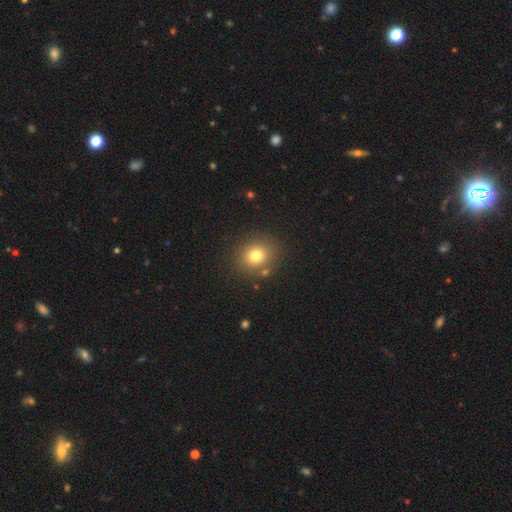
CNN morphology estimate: A smooth galaxy with no disk features (77%) that is round (80%).

Vote fractions:
- Smooth or featured? smooth: 77% / star or artifact: 14% / featured or disk: 9%
- How rounded? round: 80% / in between: 19% / cigar-shaped: 1%
- Merging? none: 84% / minor disturbance: 8% / merger: 5% / major disturbance: 3%